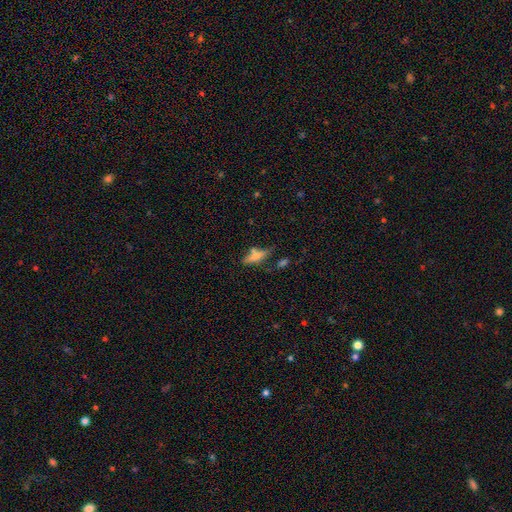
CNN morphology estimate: This appears to be a smooth galaxy with no disk features (53%) that is cigar-shaped (59%). Merging: none (60%).